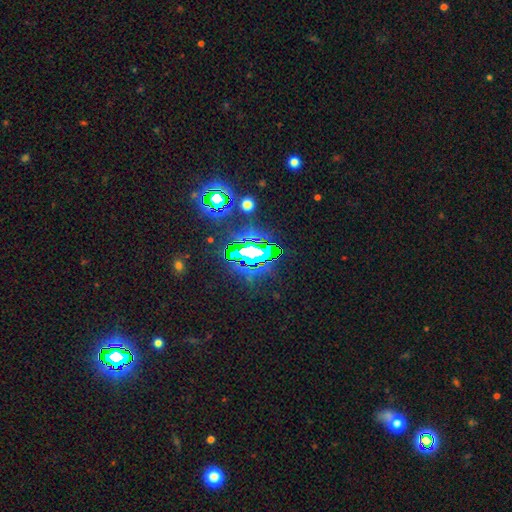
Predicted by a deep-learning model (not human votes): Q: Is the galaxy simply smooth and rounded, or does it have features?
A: star or artifact — 72%.